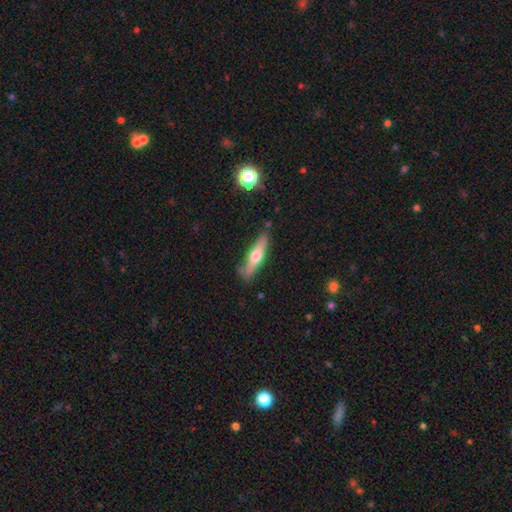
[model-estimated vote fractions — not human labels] This is possibly a featured or disk galaxy (51%). It is clearly viewed edge-on (92%). Merging: clearly none (81%).